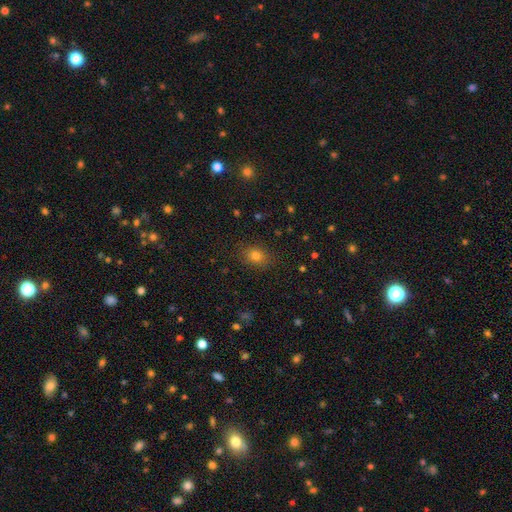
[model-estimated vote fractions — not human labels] The model was most divided on "how rounded": round: 50%, in between: 48%, cigar-shaped: 1%. More confident: merging — none (86%); smooth or featured — smooth (77%).